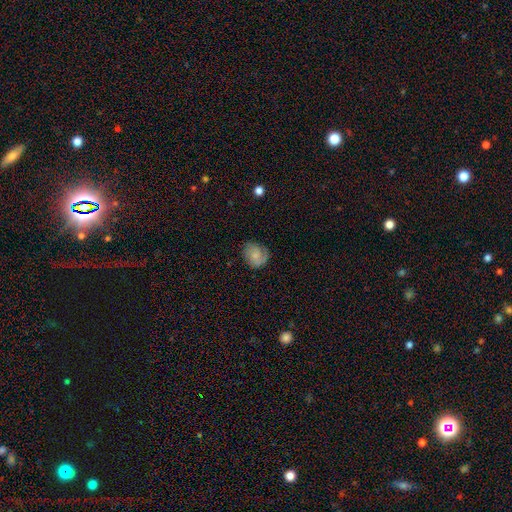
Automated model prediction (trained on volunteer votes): The model was most divided on "smooth or featured": smooth: 56%, featured or disk: 36%, star or artifact: 8%. More confident: merging — none (65%); how rounded — round (61%).